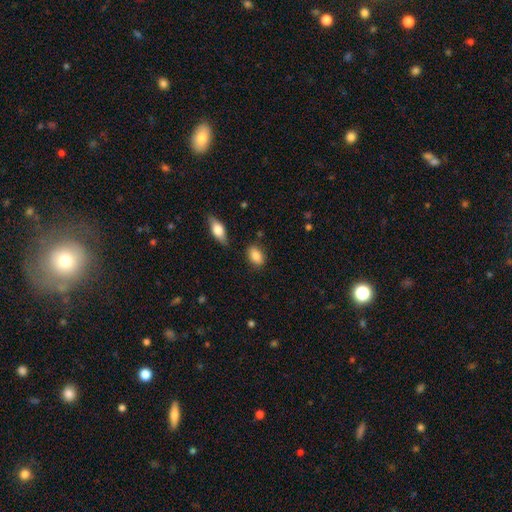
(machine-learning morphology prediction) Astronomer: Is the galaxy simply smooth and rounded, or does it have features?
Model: smooth — 86%.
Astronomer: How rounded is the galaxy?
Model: in between — 86%.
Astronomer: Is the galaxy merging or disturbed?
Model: none — 81%.